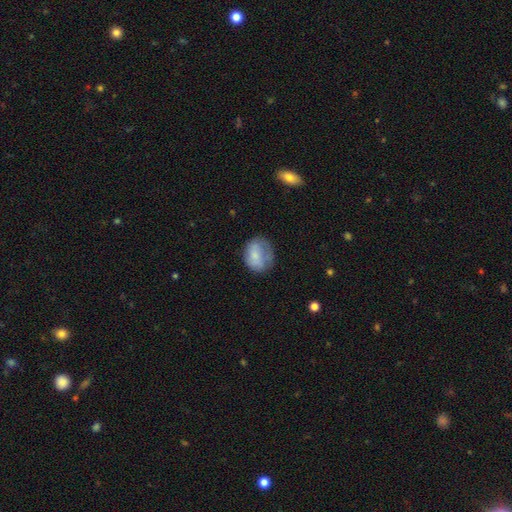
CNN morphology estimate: Smooth or featured?
  - smooth: 72% *
  - featured or disk: 20%
  - star or artifact: 8%
How rounded?
  - in between: 50% *
  - round: 49%
  - cigar-shaped: 1%
Merging?
  - none: 51% *
  - minor disturbance: 30%
  - major disturbance: 17%
  - merger: 2%